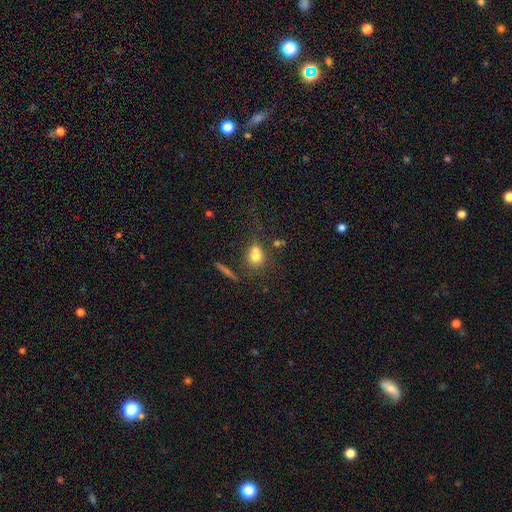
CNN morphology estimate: Smooth or featured? smooth (71%)
How rounded? round (59%)
Merging? none (44%)